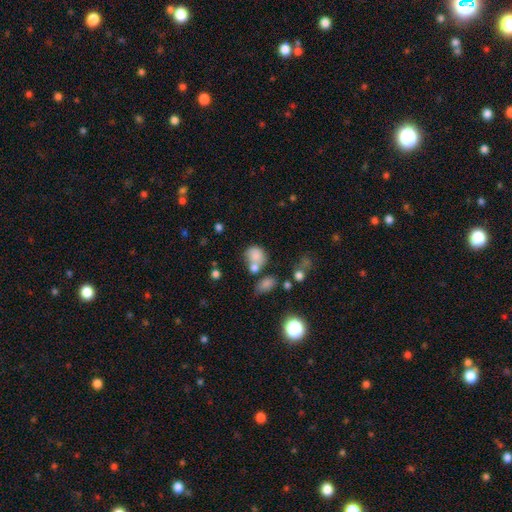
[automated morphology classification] A smooth galaxy with no disk features (78%) that is round (64%).

Vote fractions:
- Smooth or featured? smooth: 78% / star or artifact: 12% / featured or disk: 11%
- How rounded? round: 64% / in between: 34% / cigar-shaped: 1%
- Merging? none: 40% / merger: 36% / minor disturbance: 16% / major disturbance: 9%